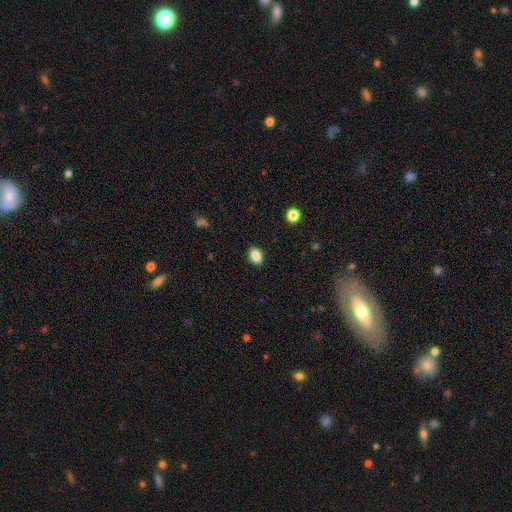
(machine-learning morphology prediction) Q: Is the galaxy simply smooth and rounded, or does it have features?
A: smooth — 87%.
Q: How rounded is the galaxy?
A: in between — 79%.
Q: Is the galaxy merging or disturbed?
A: none — 90%.